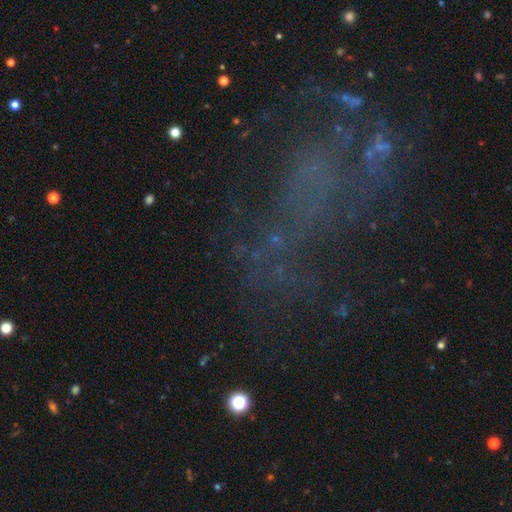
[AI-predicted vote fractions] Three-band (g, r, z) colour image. It shows a featured or disk galaxy (42%). Merging: none (44%).